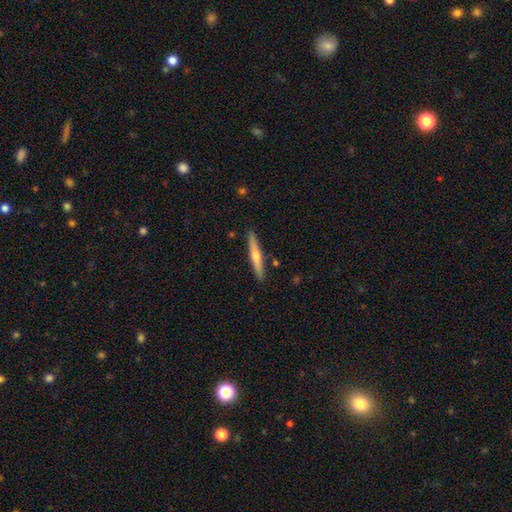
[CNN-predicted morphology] Q: Smooth or featured?
A: featured or disk (54%); runner-up: smooth (41%)
Q: Edge-on disk?
A: yes (96%); runner-up: no (4%)
Q: Edge-on bulge?
A: rounded (86%); runner-up: none (11%)
Q: Merging?
A: none (90%); runner-up: minor disturbance (7%)